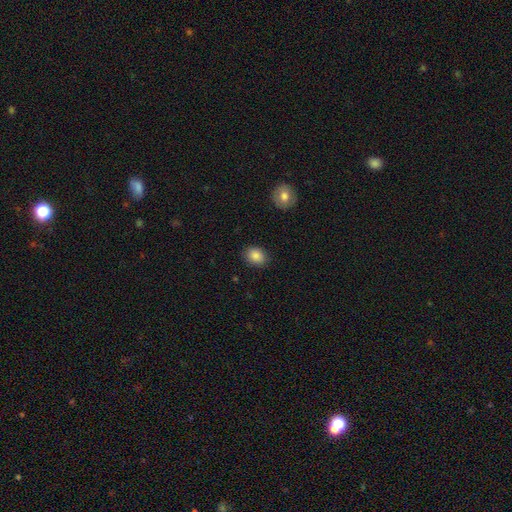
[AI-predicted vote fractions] A smooth galaxy with no disk features (86%) that is in between round and cigar-shaped (51%). Merging: none (86%).